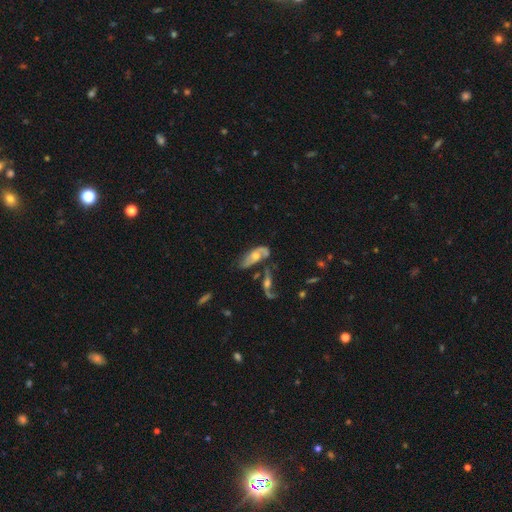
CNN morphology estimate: Smooth or featured? featured or disk (62%)
Edge-on disk? no (86%)
Bar? no (72%)
Spiral arms? yes (73%)
Bulge size? moderate (61%)
Merging? none (30%)